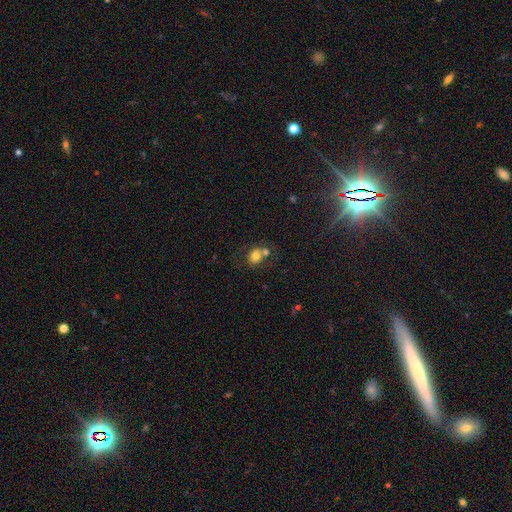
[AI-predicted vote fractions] smooth_or_featured: smooth (p=0.75) [alt: featured or disk p=0.14]
how_rounded: round (p=0.62) [alt: in between p=0.37]
merging: none (p=0.43) [alt: merger p=0.39]